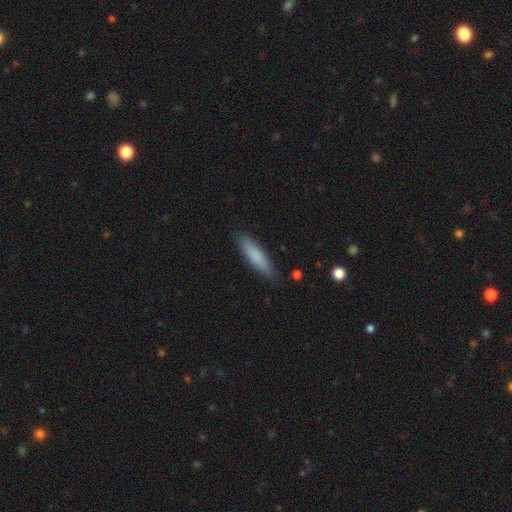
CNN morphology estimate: A smooth galaxy with no disk features (81%) that is cigar-shaped (77%). Merging: none (87%).